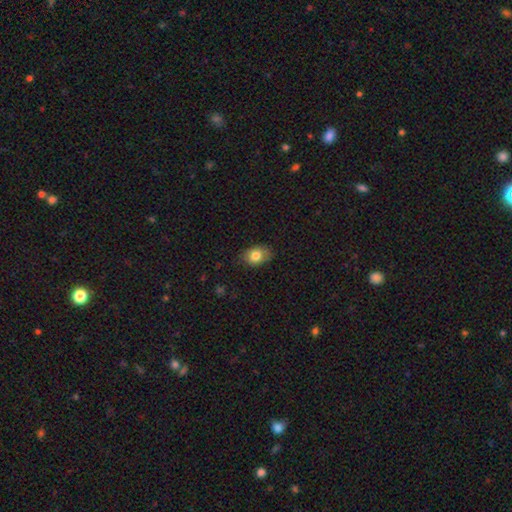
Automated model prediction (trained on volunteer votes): A smooth galaxy with no disk features (81%) that is in between round and cigar-shaped (75%).

Vote fractions:
- Smooth or featured? smooth: 81% / featured or disk: 11% / star or artifact: 8%
- How rounded? in between: 75% / round: 24% / cigar-shaped: 1%
- Merging? none: 81% / minor disturbance: 16% / major disturbance: 3% / merger: 1%